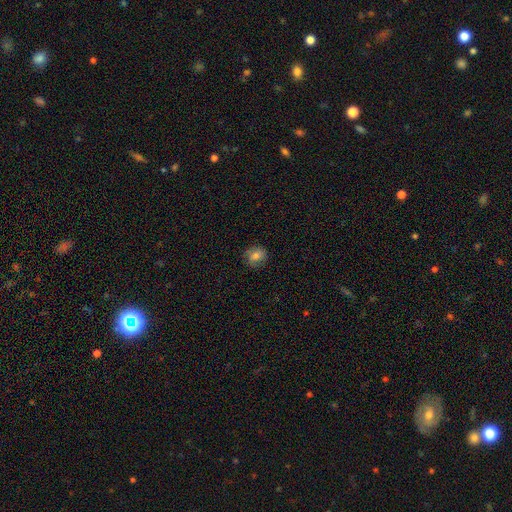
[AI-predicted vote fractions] Smooth or featured? smooth (72%)
How rounded? round (69%)
Merging? none (79%)